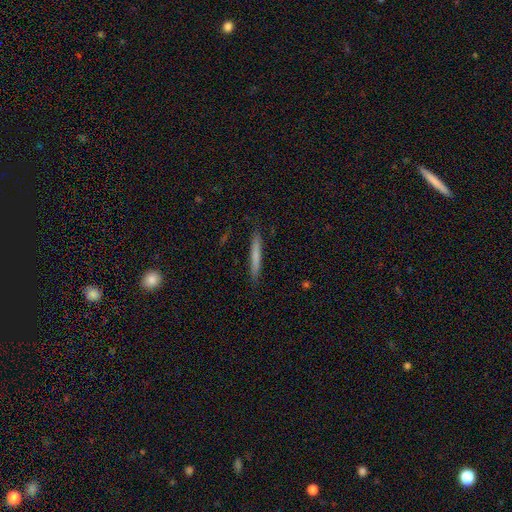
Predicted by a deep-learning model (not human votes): smooth-or-featured: smooth: 67% | featured or disk: 26% | star or artifact: 6%
  how-rounded: cigar-shaped: 96% | in between: 2% | round: 1%
  merging: none: 88% | minor disturbance: 9% | major disturbance: 2% | merger: 1%